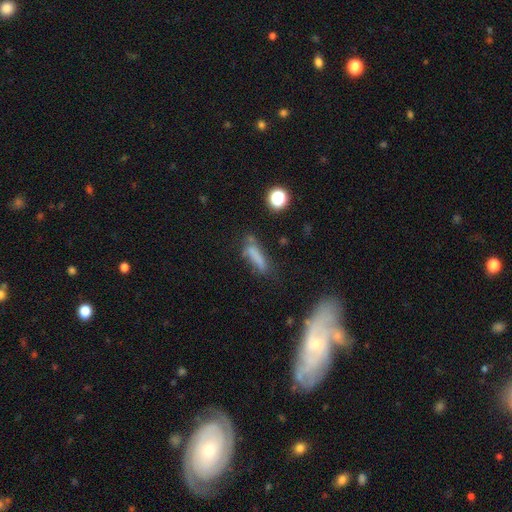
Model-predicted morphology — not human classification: type=smooth (67%); roundness=cigar-shaped (66%); merging=none (49%).